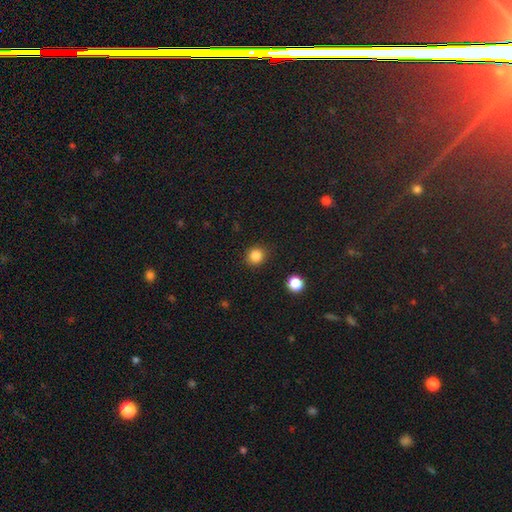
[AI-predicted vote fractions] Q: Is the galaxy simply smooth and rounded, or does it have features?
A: smooth — 84%.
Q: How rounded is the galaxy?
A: round — 85%.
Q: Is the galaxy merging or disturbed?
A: none — 89%.